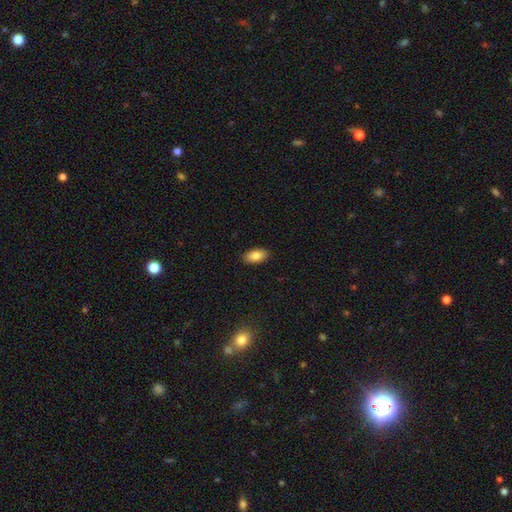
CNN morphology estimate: Q: Smooth or featured?
A: smooth (85%); runner-up: featured or disk (8%)
Q: How rounded?
A: in between (92%); runner-up: round (4%)
Q: Merging?
A: none (89%); runner-up: minor disturbance (8%)